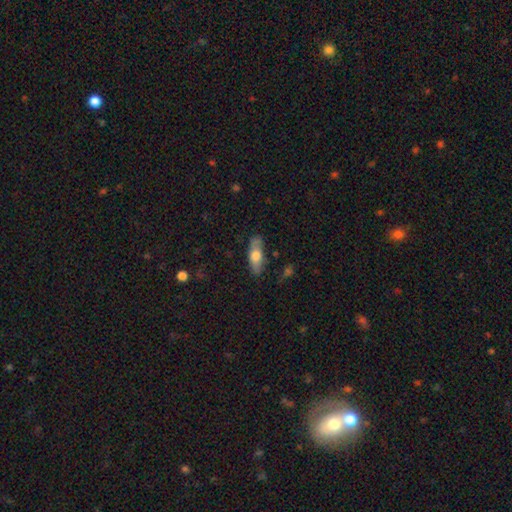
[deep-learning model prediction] Smooth or featured: smooth — 63% (featured or disk — 30%)
How rounded: in between — 64% (cigar-shaped — 33%)
Merging: none — 77% (minor disturbance — 16%)